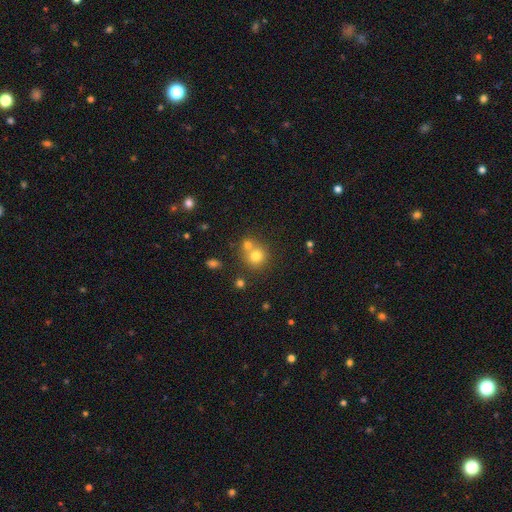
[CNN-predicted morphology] Smooth or featured?
  - smooth: 74% *
  - star or artifact: 14%
  - featured or disk: 12%
How rounded?
  - round: 86% *
  - in between: 13%
  - cigar-shaped: 1%
Merging?
  - none: 50% *
  - merger: 40%
  - minor disturbance: 7%
  - major disturbance: 3%